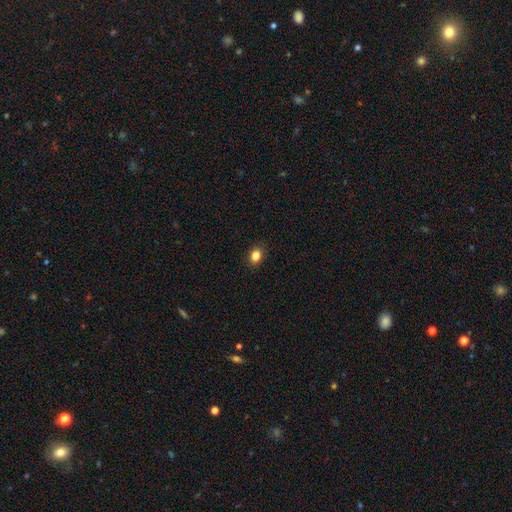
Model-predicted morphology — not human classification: Overall: smooth (85%). How rounded: in between (59%; round 40%). Merging: none (89%).